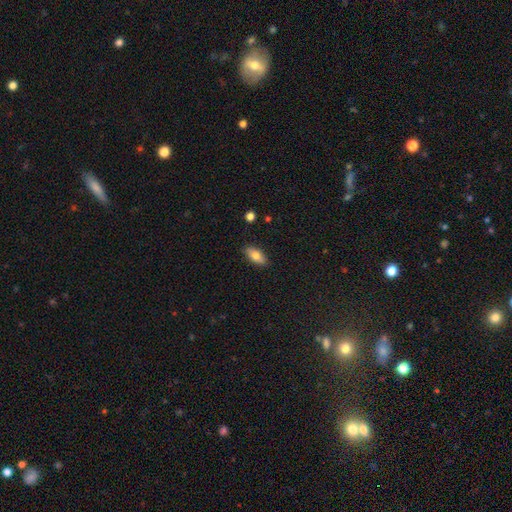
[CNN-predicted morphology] Smooth or featured?
  - smooth: 77% *
  - featured or disk: 16%
  - star or artifact: 7%
How rounded?
  - in between: 86% *
  - cigar-shaped: 11%
  - round: 3%
Merging?
  - none: 88% *
  - minor disturbance: 9%
  - major disturbance: 2%
  - merger: 1%